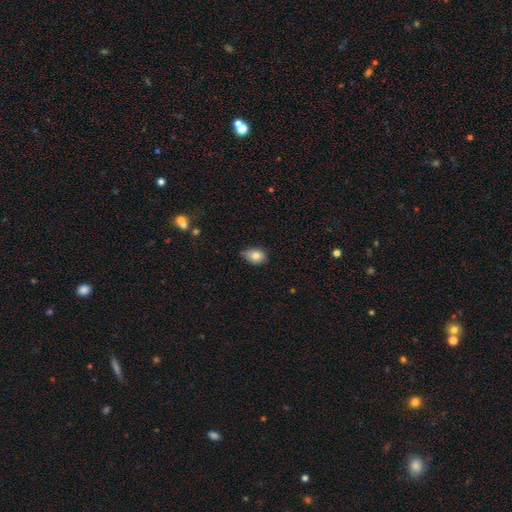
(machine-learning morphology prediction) Overall: smooth (78%). How rounded: in between (67%; round 32%). Merging: none (50%; minor disturbance 41%).